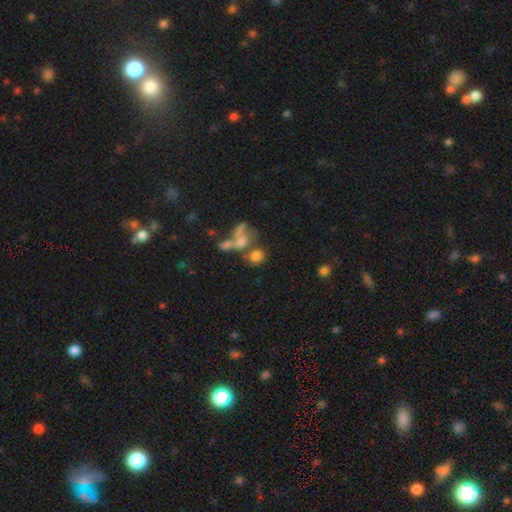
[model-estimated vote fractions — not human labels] smooth_or_featured: smooth (p=0.68) [alt: featured or disk p=0.18]
how_rounded: round (p=0.70) [alt: in between p=0.28]
merging: merger (p=0.45) [alt: none p=0.33]